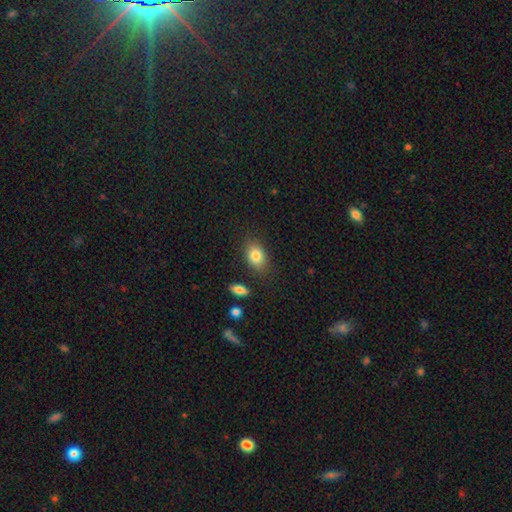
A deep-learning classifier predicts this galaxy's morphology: Smooth or featured: smooth — 82% (featured or disk — 9%)
How rounded: in between — 81% (round — 17%)
Merging: none — 82% (minor disturbance — 12%)